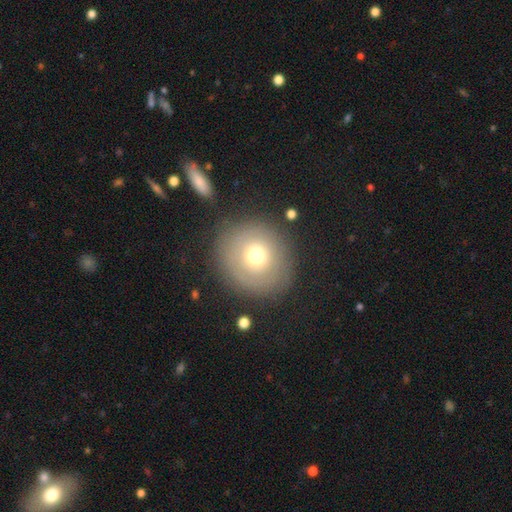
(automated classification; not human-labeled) Smooth or featured: smooth — 58% (featured or disk — 33%)
How rounded: round — 89% (in between — 10%)
Merging: none — 80% (minor disturbance — 12%)